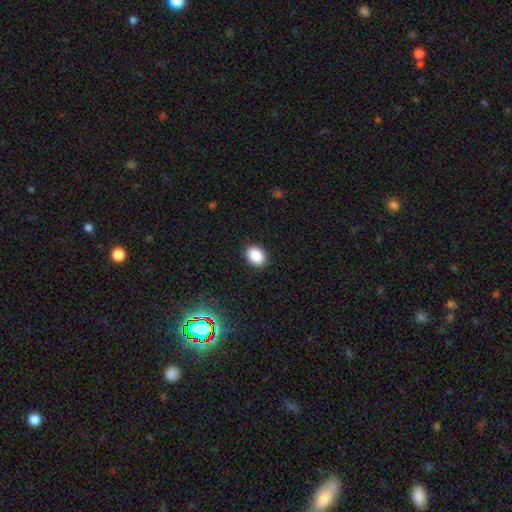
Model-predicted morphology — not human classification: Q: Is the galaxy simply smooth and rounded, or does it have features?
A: smooth — 89%.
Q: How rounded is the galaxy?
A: in between — 74%.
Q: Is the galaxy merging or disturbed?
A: none — 90%.